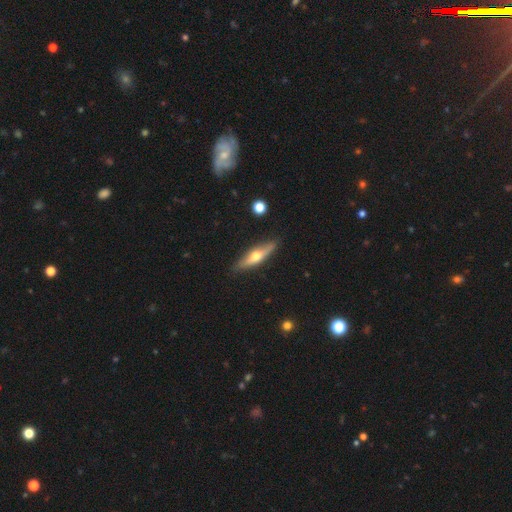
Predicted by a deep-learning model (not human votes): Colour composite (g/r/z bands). It shows a featured or disk galaxy (56%) viewed edge-on (90%) with a rounded central bulge (94%). Merging: none (87%).